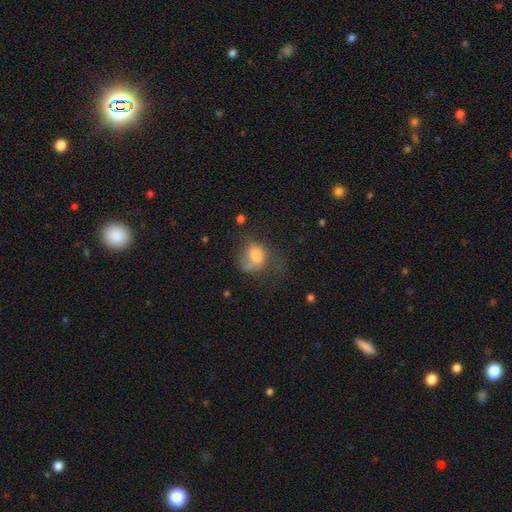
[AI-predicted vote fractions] A smooth galaxy with no disk features (66%) that is in between round and cigar-shaped (50%).

Vote fractions:
- Smooth or featured? smooth: 66% / featured or disk: 23% / star or artifact: 11%
- How rounded? in between: 50% / round: 49% / cigar-shaped: 1%
- Merging? major disturbance: 34% / none: 31% / minor disturbance: 26% / merger: 8%